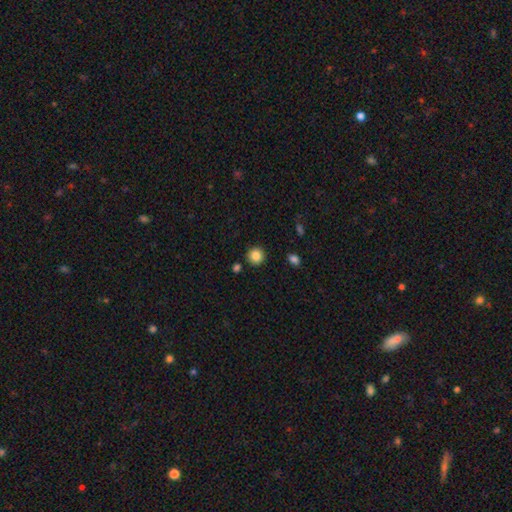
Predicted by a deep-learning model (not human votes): Morphology: type=smooth (85%); roundness=round (93%); merging=none (90%).